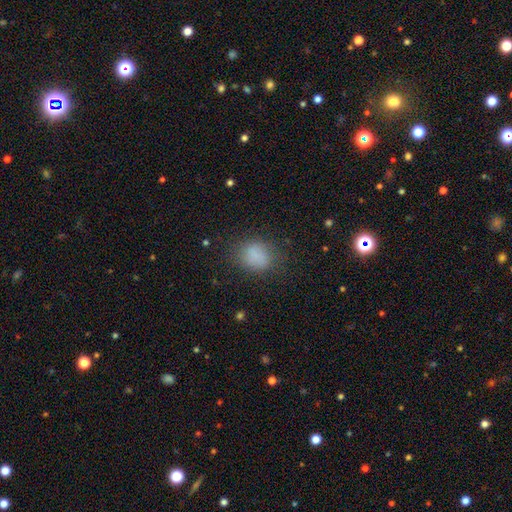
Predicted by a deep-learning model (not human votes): Smooth or featured? smooth (82%)
How rounded? round (52%)
Merging? none (75%)